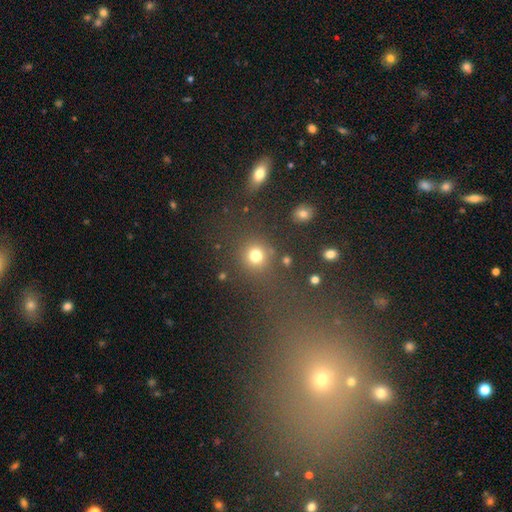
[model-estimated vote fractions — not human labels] smooth-or-featured: smooth: 75% | star or artifact: 18% | featured or disk: 7%
  how-rounded: round: 89% | in between: 9% | cigar-shaped: 1%
  merging: none: 76% | minor disturbance: 9% | merger: 8% | major disturbance: 6%